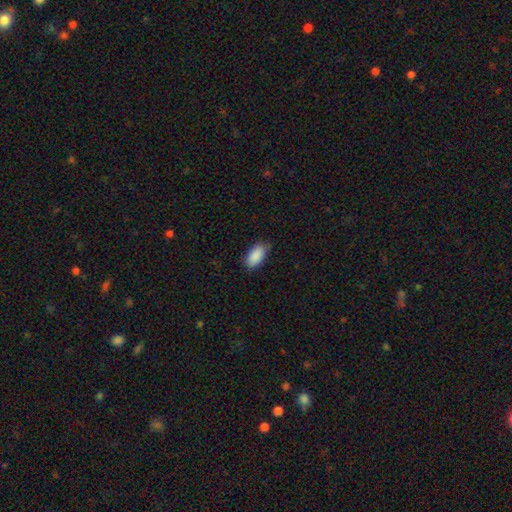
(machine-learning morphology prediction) Smooth or featured?
  - smooth: 90% *
  - star or artifact: 6%
  - featured or disk: 4%
How rounded?
  - in between: 94% *
  - cigar-shaped: 4%
  - round: 3%
Merging?
  - none: 79% *
  - minor disturbance: 17%
  - major disturbance: 3%
  - merger: 1%